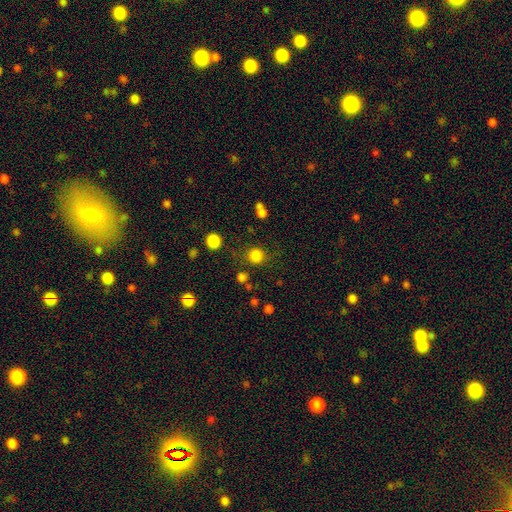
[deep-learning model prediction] A smooth galaxy with no disk features (83%) that is round (92%).

Vote fractions:
- Smooth or featured? smooth: 83% / star or artifact: 13% / featured or disk: 4%
- How rounded? round: 92% / in between: 7% / cigar-shaped: 1%
- Merging? none: 81% / minor disturbance: 10% / major disturbance: 5% / merger: 4%